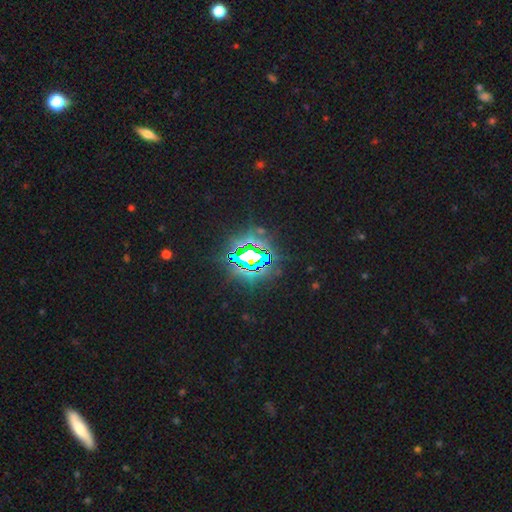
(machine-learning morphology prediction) Smooth or featured? star or artifact (82%)